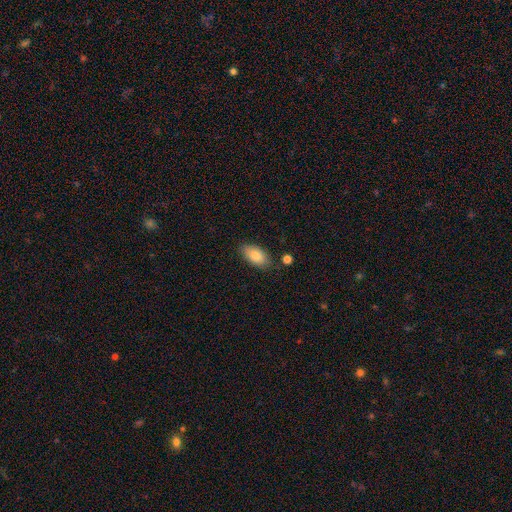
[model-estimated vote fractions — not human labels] This is clearly a smooth galaxy (84%). How rounded: clearly in between (93%). Merging: likely none (79%).